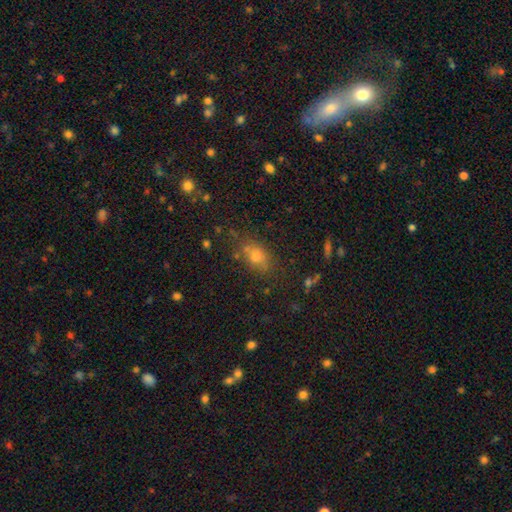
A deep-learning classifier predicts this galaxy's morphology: smooth_or_featured: smooth (p=0.69) [alt: star or artifact p=0.20]
how_rounded: in between (p=0.72) [alt: round p=0.23]
merging: none (p=0.69) [alt: minor disturbance p=0.18]